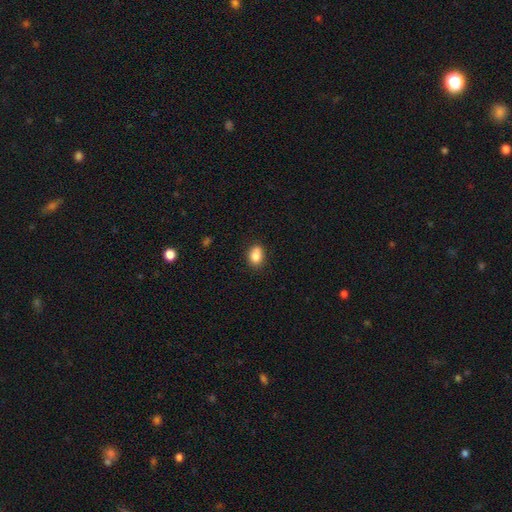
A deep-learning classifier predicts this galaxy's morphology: Smooth or featured? Predicted: smooth (p=0.85). How rounded? Predicted: in between (p=0.76). Merging? Predicted: none (p=0.77).